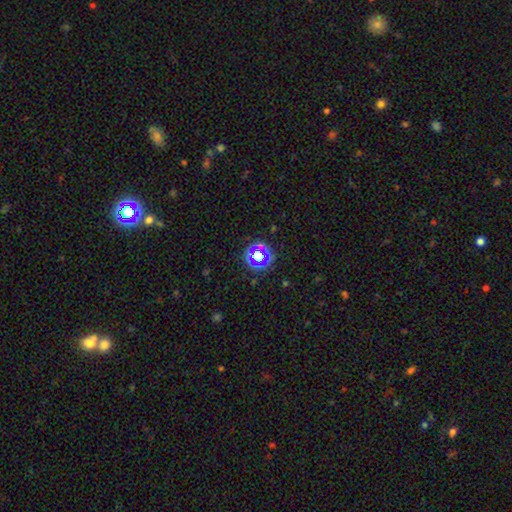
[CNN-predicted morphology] Overall: star or artifact (59%; smooth 29%).